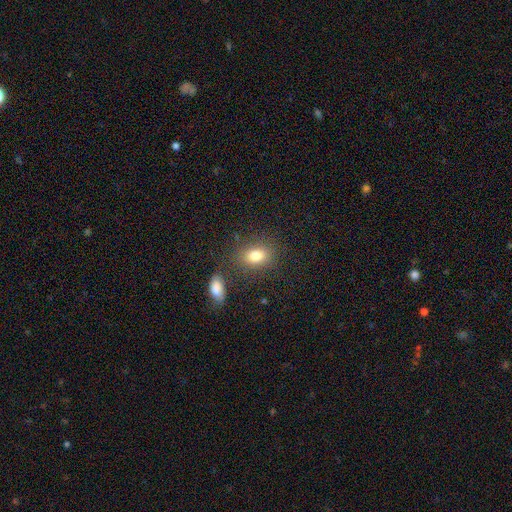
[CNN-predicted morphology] Q: Smooth or featured?
A: smooth (81%); runner-up: star or artifact (10%)
Q: How rounded?
A: in between (75%); runner-up: round (23%)
Q: Merging?
A: none (76%); runner-up: minor disturbance (12%)